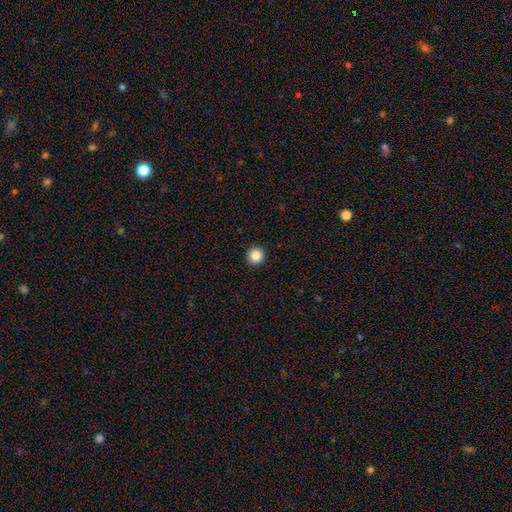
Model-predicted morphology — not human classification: Smooth or featured?
  - smooth: 86% *
  - star or artifact: 10%
  - featured or disk: 4%
How rounded?
  - round: 96% *
  - in between: 4%
  - cigar-shaped: 1%
Merging?
  - none: 94% *
  - minor disturbance: 4%
  - major disturbance: 1%
  - merger: 1%